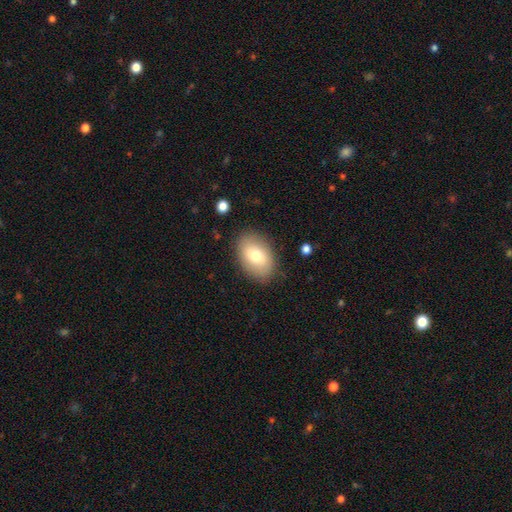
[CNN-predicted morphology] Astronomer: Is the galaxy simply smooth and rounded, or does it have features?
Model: smooth — 73%.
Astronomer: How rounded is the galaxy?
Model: in between — 86%.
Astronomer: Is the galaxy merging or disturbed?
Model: none — 85%.